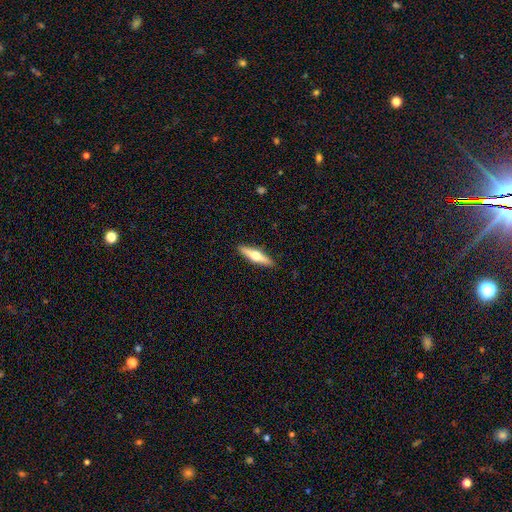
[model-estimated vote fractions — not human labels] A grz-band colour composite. It shows a featured or disk galaxy (56%) viewed edge-on (95%) with a rounded central bulge (95%). Merging: none (91%).